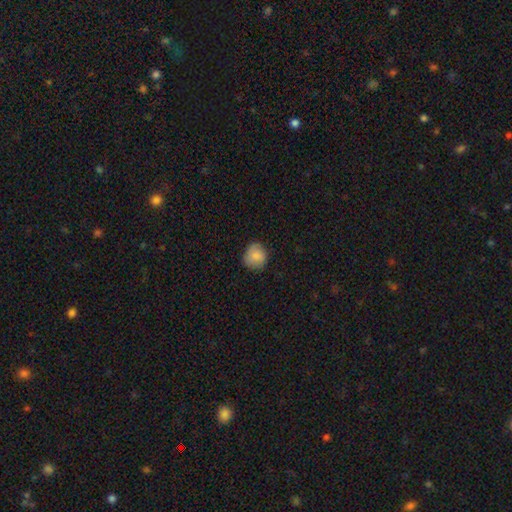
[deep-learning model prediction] This appears to be a smooth galaxy with no disk features (84%) that is round (81%). Merging: none (74%).